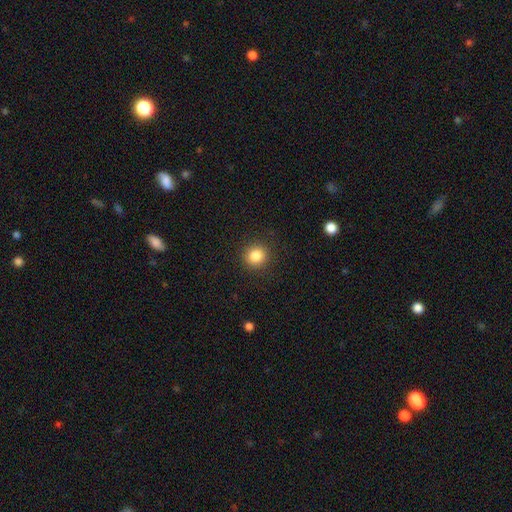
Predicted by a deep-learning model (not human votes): Morphology: type=smooth (85%); roundness=round (90%); merging=none (91%).